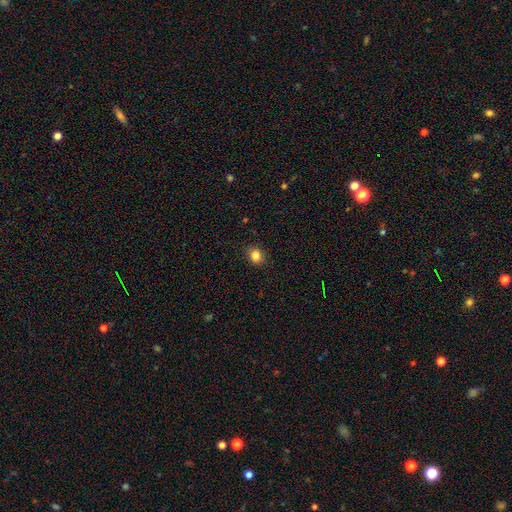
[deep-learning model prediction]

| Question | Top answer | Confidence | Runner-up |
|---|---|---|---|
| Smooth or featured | smooth | 84% | star or artifact (11%) |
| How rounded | round | 63% | in between (36%) |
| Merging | none | 89% | minor disturbance (8%) |